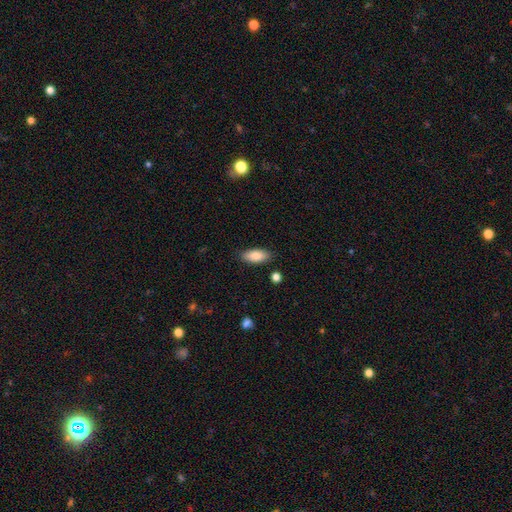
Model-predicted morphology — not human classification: Overall: smooth (85%). How rounded: in between (86%). Merging: none (86%).